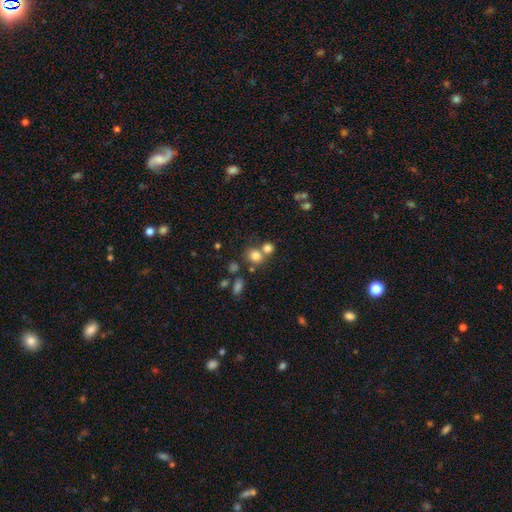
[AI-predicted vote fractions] Q: Smooth or featured?
A: smooth (77%); runner-up: star or artifact (13%)
Q: How rounded?
A: round (75%); runner-up: in between (24%)
Q: Merging?
A: none (53%); runner-up: merger (35%)